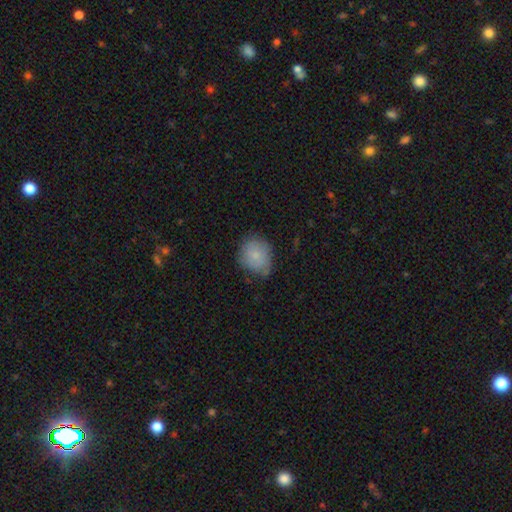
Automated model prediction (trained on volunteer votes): This appears to be a smooth galaxy with no disk features (79%) that is round (67%). Merging: none (59%).